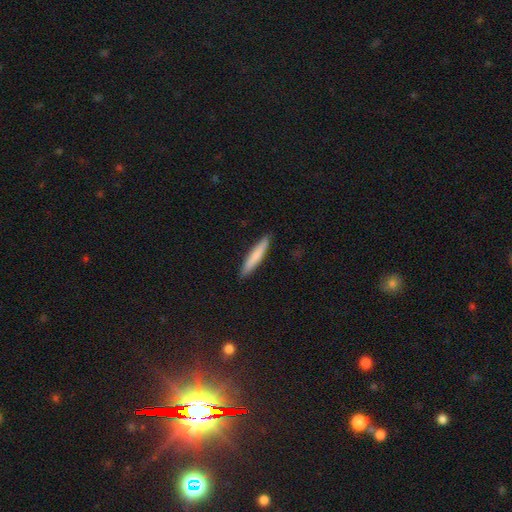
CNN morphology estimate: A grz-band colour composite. It shows a smooth galaxy with no disk features (76%) that is cigar-shaped (93%). Merging: none (91%).